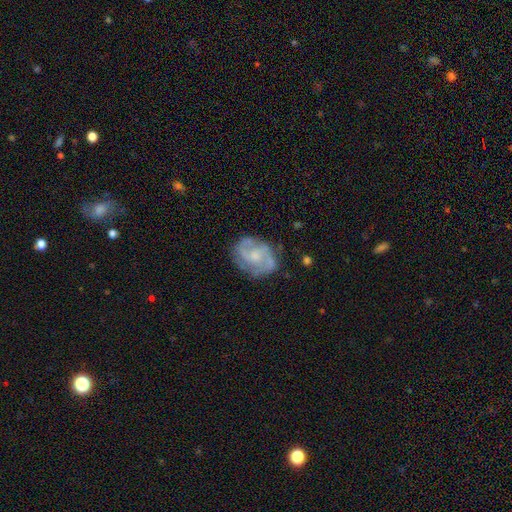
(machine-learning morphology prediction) A featured or disk galaxy (76%) with no bar (60%), 2 (57%) medium (49%) spiral arms (90%) and a small central bulge (42%). Merging: none (72%).